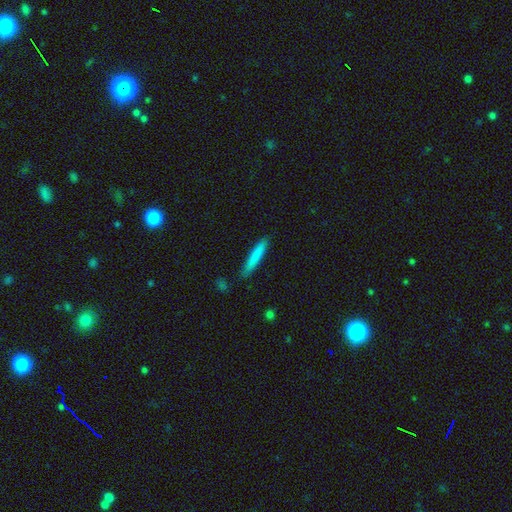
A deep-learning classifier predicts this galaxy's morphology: Smooth or featured: smooth — 80% (featured or disk — 15%)
How rounded: cigar-shaped — 94% (in between — 5%)
Merging: none — 85% (minor disturbance — 11%)